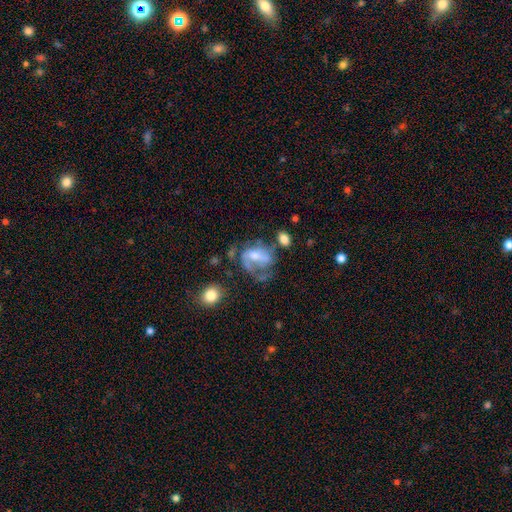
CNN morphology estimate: Smooth or featured?
  - featured or disk: 68% *
  - smooth: 24%
  - star or artifact: 8%
Edge-on disk?
  - no: 97% *
  - yes: 3%
Bar?
  - no: 42% *
  - weak: 40%
  - strong: 18%
Spiral arms?
  - yes: 75% *
  - no: 25%
Bulge size?
  - moderate: 51% *
  - small: 32%
  - large: 9%
  - none: 7%
  - dominant: 1%
Merging?
  - major disturbance: 37% *
  - none: 34%
  - minor disturbance: 20%
  - merger: 9%